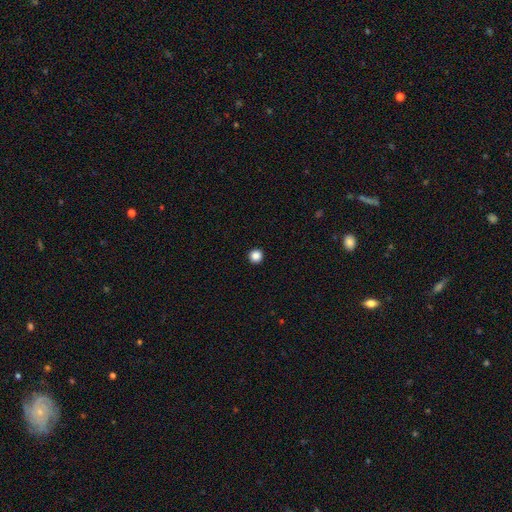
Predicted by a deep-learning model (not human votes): Smooth or featured: smooth — 87% (star or artifact — 10%)
How rounded: round — 96% (in between — 3%)
Merging: none — 94% (minor disturbance — 3%)